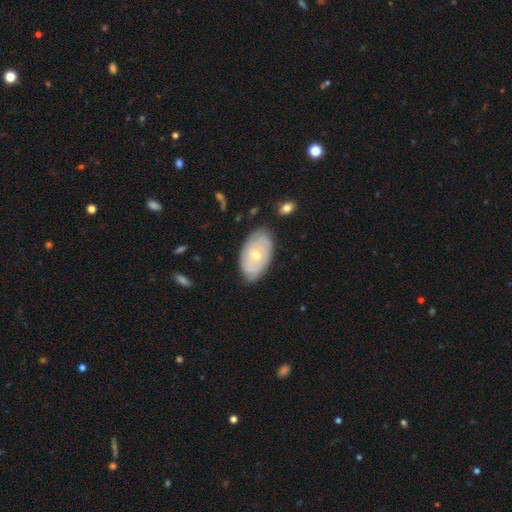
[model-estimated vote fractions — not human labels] Overall: featured or disk (64%; smooth 31%). Edge-on disk: no (94%). Bar: no (79%). Spiral arms: yes (70%; no 30%). Bulge size: small (49%; moderate 48%). Merging: none (76%).